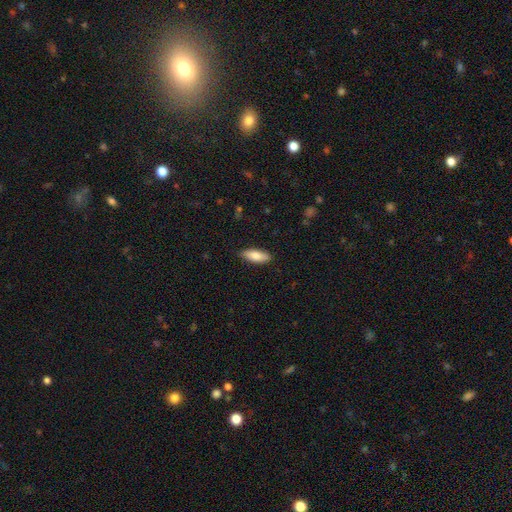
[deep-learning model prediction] smooth-or-featured: smooth: 82% | featured or disk: 12% | star or artifact: 6%
  how-rounded: in between: 68% | cigar-shaped: 30% | round: 2%
  merging: none: 87% | minor disturbance: 10% | major disturbance: 2% | merger: 1%